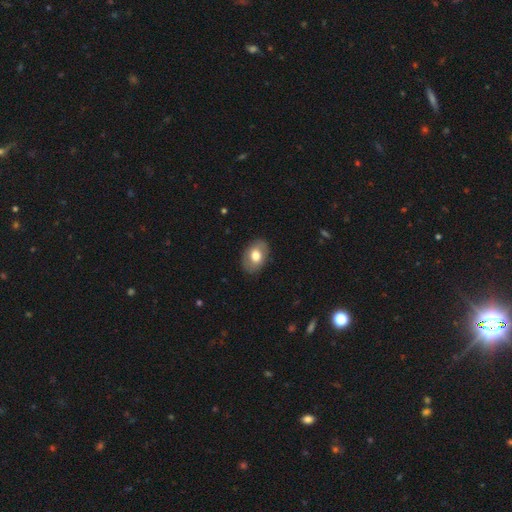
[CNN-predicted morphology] A smooth galaxy with no disk features (68%) that is in between round and cigar-shaped (81%). Merging: none (84%).